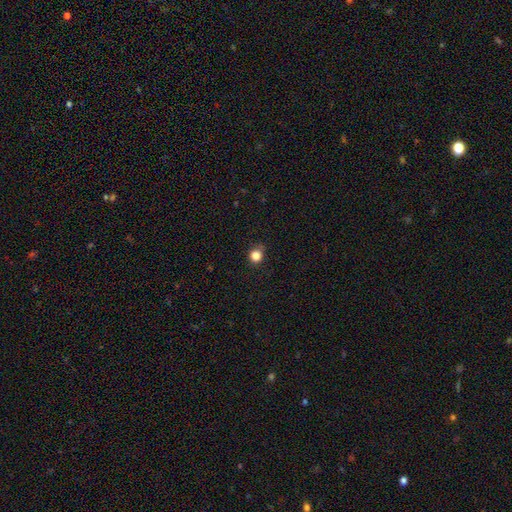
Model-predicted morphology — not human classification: smooth_or_featured: smooth (p=0.84) [alt: star or artifact p=0.12]
how_rounded: round (p=0.86) [alt: in between p=0.13]
merging: none (p=0.80) [alt: minor disturbance p=0.15]